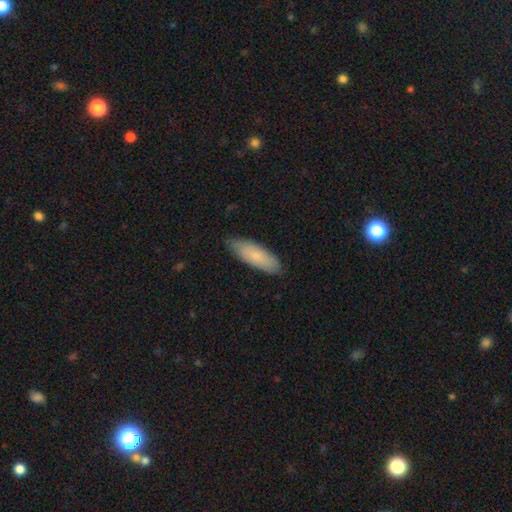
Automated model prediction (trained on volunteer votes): Morphology: type=smooth (80%); roundness=in between (60%); merging=none (81%).